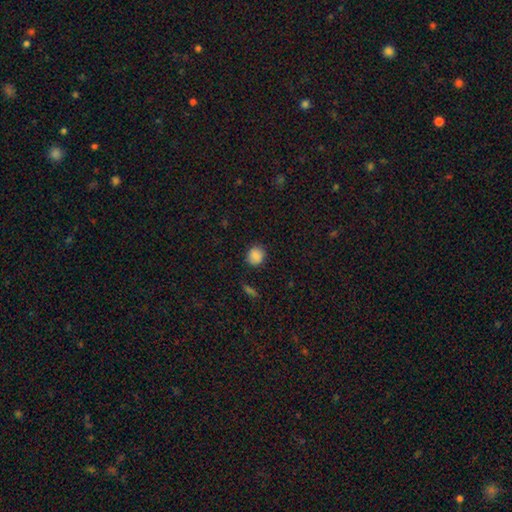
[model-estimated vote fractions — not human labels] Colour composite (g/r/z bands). It shows a smooth galaxy with no disk features (85%) that is round (83%). Merging: none (84%).